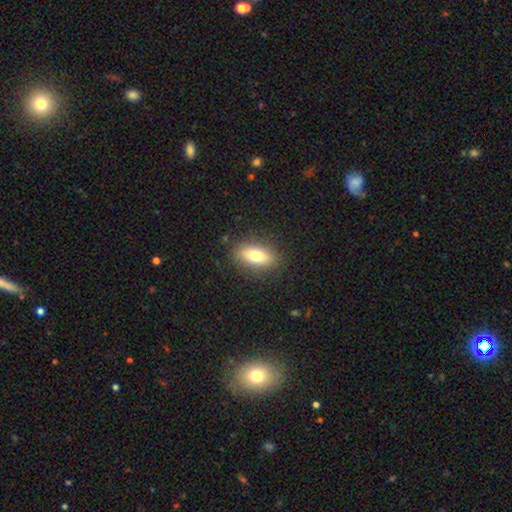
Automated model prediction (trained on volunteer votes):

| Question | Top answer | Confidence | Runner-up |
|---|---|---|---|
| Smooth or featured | smooth | 73% | featured or disk (18%) |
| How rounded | in between | 80% | cigar-shaped (11%) |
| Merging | none | 86% | minor disturbance (10%) |